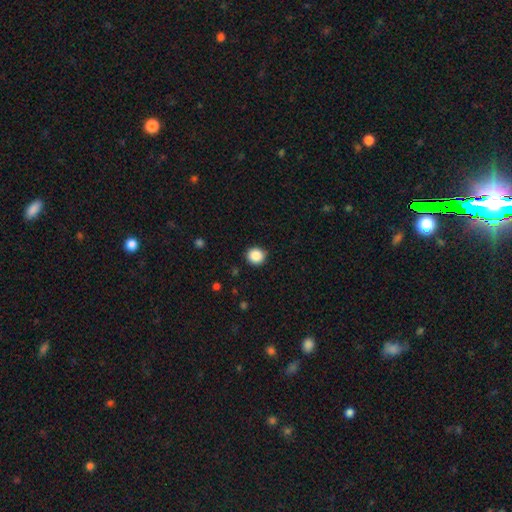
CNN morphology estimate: This is clearly a smooth galaxy (87%). How rounded: clearly round (91%). Merging: clearly none (90%).